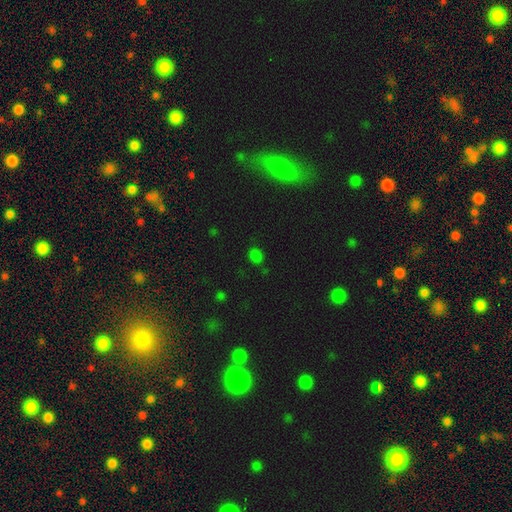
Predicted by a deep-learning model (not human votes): Q: Smooth or featured?
A: smooth (71%); runner-up: star or artifact (25%)
Q: How rounded?
A: round (55%); runner-up: in between (43%)
Q: Merging?
A: none (80%); runner-up: minor disturbance (13%)